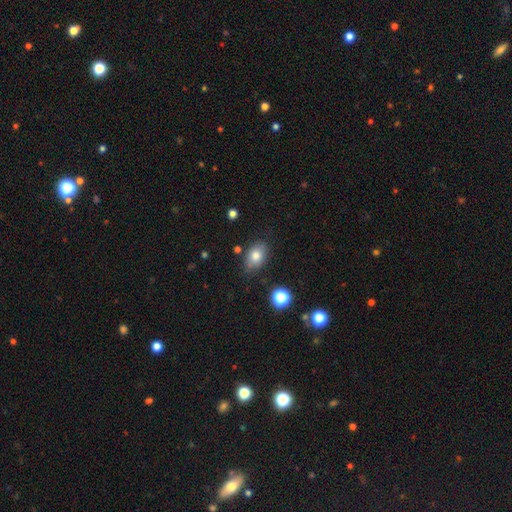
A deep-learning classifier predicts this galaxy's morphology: Smooth or featured? smooth (77%)
How rounded? in between (80%)
Merging? none (76%)